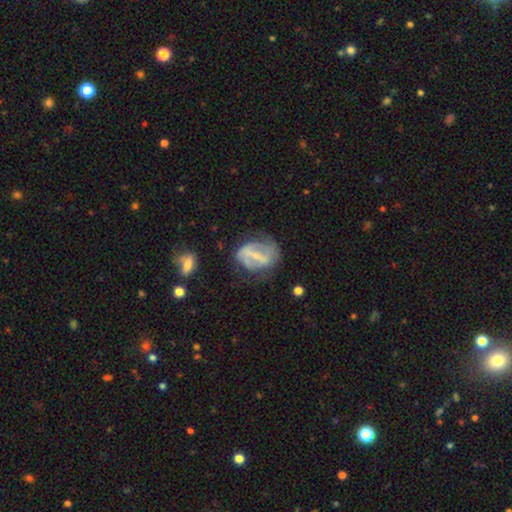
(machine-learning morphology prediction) The model was most divided on "spiral arms": yes: 55%, no: 45%. Remaining: edge-on disk — no (94%); smooth or featured — featured or disk (67%); bulge size — small (54%); bar — strong (52%); merging — none (49%).